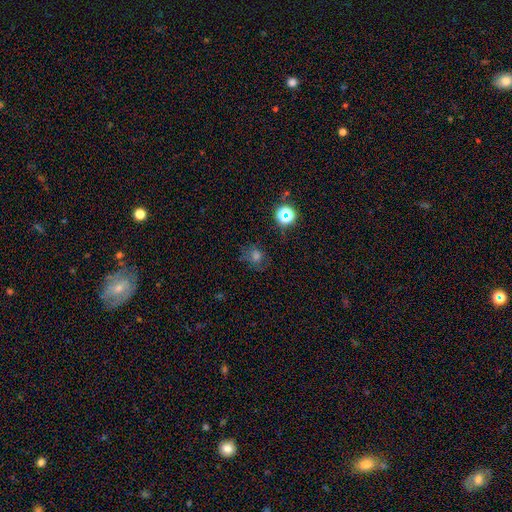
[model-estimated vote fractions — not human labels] A smooth galaxy with no disk features (55%) that is round (75%).

Vote fractions:
- Smooth or featured? smooth: 55% / star or artifact: 31% / featured or disk: 14%
- How rounded? round: 75% / in between: 24% / cigar-shaped: 1%
- Merging? none: 70% / minor disturbance: 18% / major disturbance: 9% / merger: 3%